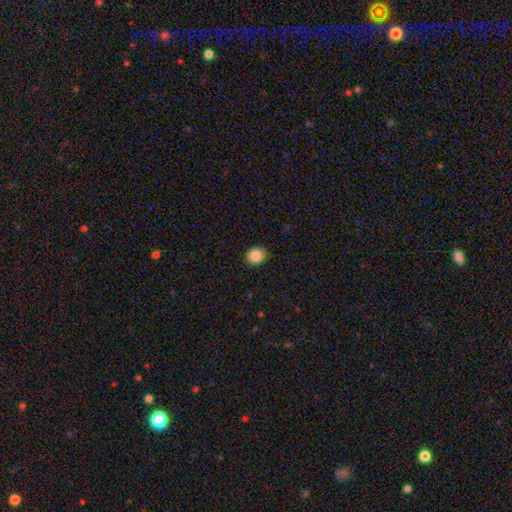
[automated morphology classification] A smooth galaxy with no disk features (85%) that is round (62%).

Vote fractions:
- Smooth or featured? smooth: 85% / star or artifact: 9% / featured or disk: 6%
- How rounded? round: 62% / in between: 37% / cigar-shaped: 1%
- Merging? none: 88% / minor disturbance: 9% / major disturbance: 2% / merger: 1%